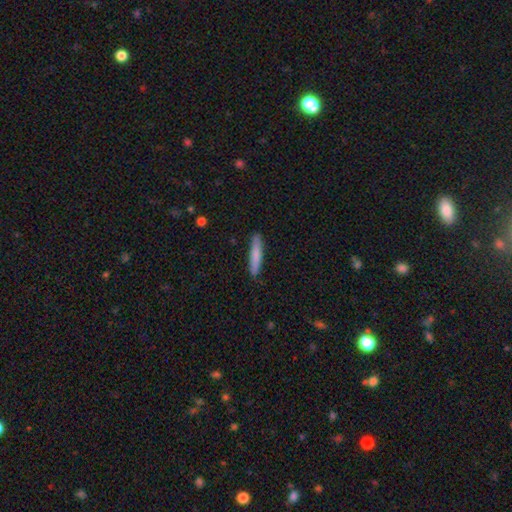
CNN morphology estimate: smooth 79%, featured or disk 16%, star or artifact 6%. Down the decision tree: how rounded — cigar-shaped (92%); merging — none (89%).